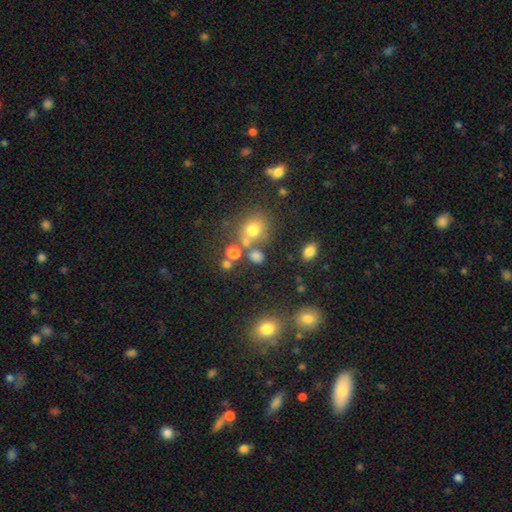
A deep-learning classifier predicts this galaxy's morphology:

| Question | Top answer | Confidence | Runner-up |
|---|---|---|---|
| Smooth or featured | smooth | 70% | star or artifact (20%) |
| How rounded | round | 65% | in between (33%) |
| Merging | none | 59% | merger (23%) |